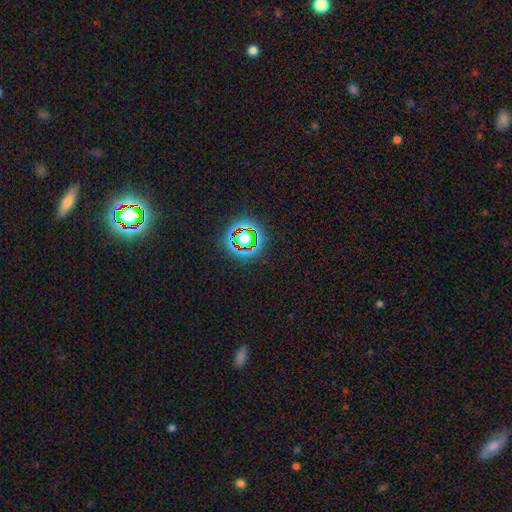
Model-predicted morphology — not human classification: This is likely a star or artifact rather than a galaxy (76%).